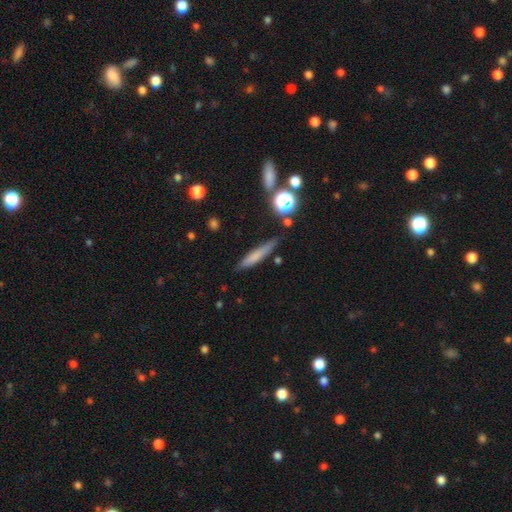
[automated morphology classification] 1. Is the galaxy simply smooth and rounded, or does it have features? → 67% smooth, 22% featured or disk, 11% star or artifact.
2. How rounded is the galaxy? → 89% cigar-shaped, 8% in between, 3% round.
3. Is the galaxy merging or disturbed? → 78% none, 15% minor disturbance, 4% major disturbance, 4% merger.